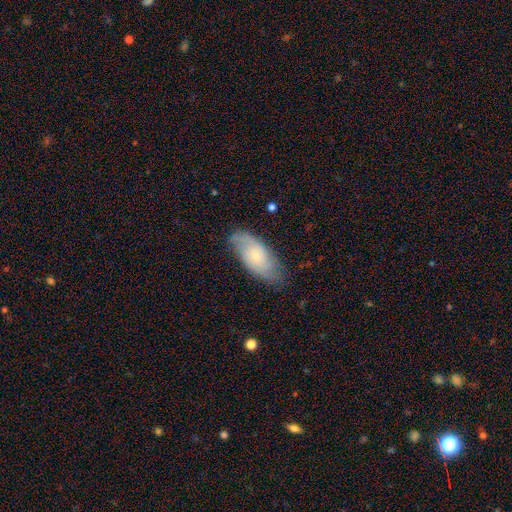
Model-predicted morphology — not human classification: The model was most divided on "smooth or featured": featured or disk: 59%, smooth: 35%, star or artifact: 7%. More confident: edge-on disk — no (91%); spiral arms — yes (87%); bar — no (76%); merging — none (75%); bulge size — small (74%).